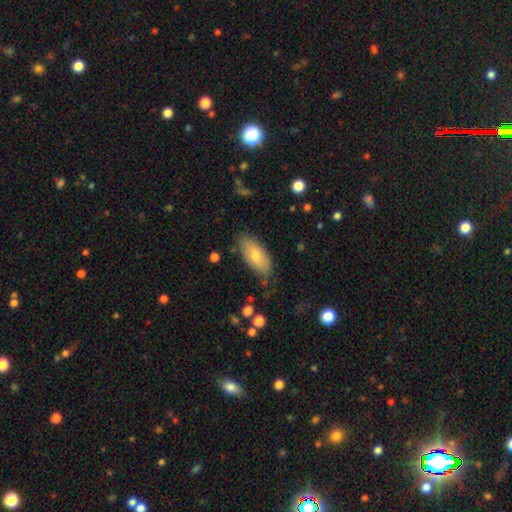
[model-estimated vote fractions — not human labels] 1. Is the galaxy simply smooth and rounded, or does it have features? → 74% smooth, 20% featured or disk, 6% star or artifact.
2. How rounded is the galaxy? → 89% in between, 9% cigar-shaped, 2% round.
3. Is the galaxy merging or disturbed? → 76% none, 18% minor disturbance, 4% major disturbance, 2% merger.